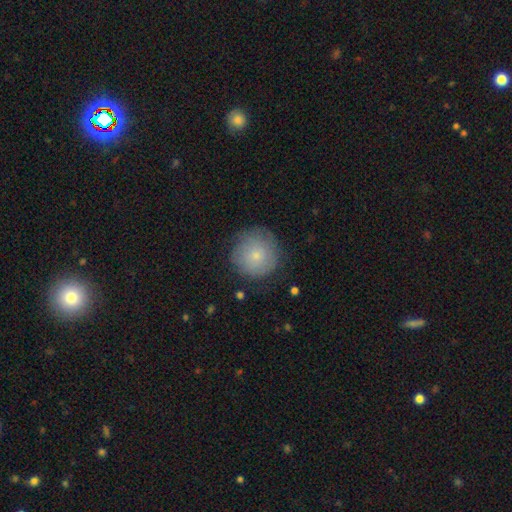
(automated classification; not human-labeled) Smooth or featured? Predicted: smooth (p=0.75). How rounded? Predicted: round (p=0.95). Merging? Predicted: none (p=0.78).